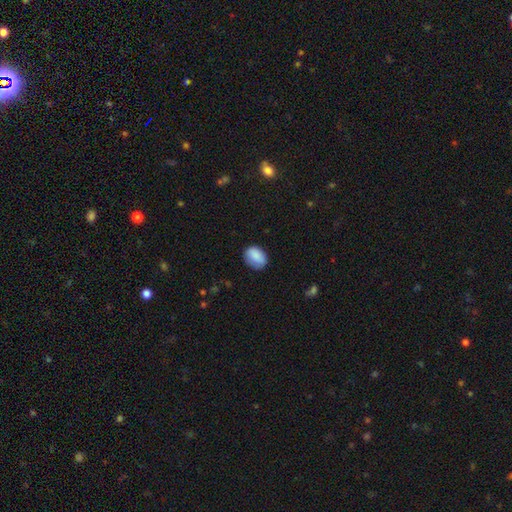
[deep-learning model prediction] The model was most divided on "how rounded": in between: 73%, round: 26%, cigar-shaped: 1%. More confident: smooth or featured — smooth (87%); merging — none (71%).